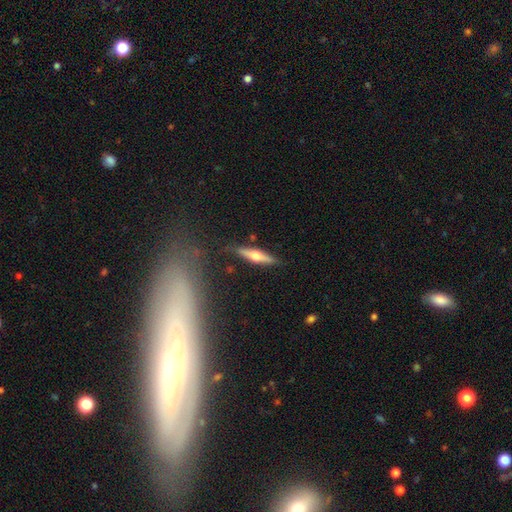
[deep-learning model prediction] The model was most divided on "smooth or featured": featured or disk: 56%, smooth: 38%, star or artifact: 6%. More confident: edge-on disk — yes (94%); edge-on bulge — rounded (92%); merging — none (84%).